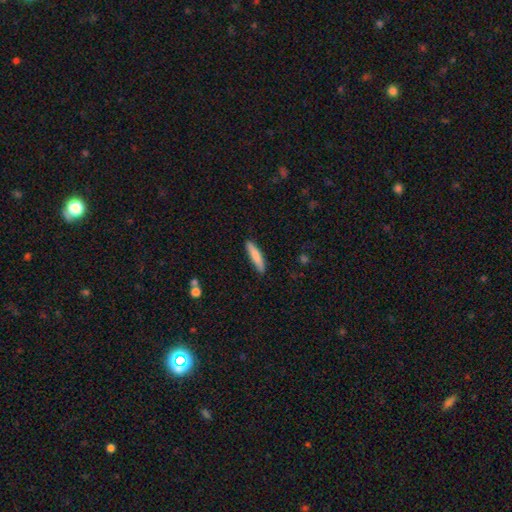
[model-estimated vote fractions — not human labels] smooth_or_featured: smooth (p=0.81) [alt: featured or disk p=0.13]
how_rounded: cigar-shaped (p=0.86) [alt: in between p=0.12]
merging: none (p=0.87) [alt: minor disturbance p=0.10]